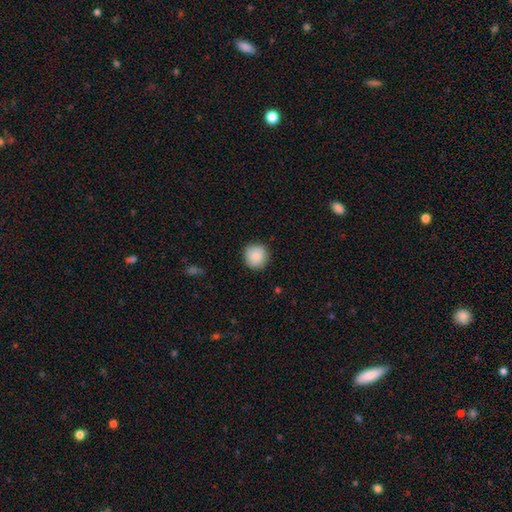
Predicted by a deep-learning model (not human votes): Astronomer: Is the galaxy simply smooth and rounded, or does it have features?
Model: smooth — 88%.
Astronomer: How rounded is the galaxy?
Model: round — 93%.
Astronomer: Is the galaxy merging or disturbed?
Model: none — 89%.